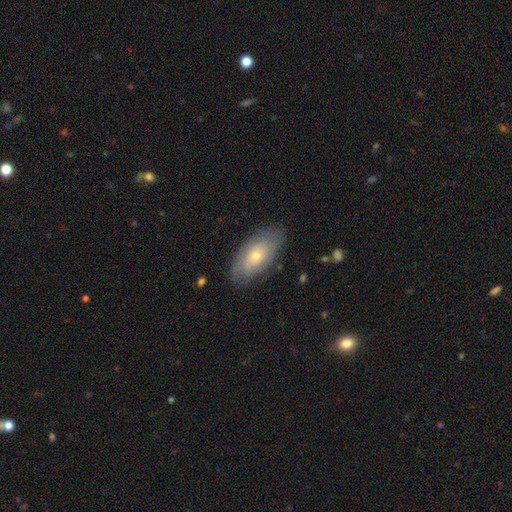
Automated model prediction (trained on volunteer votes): Smooth or featured?
  - featured or disk: 52% *
  - smooth: 41%
  - star or artifact: 7%
Edge-on disk?
  - no: 88% *
  - yes: 12%
Merging?
  - none: 79% *
  - minor disturbance: 16%
  - major disturbance: 4%
  - merger: 1%